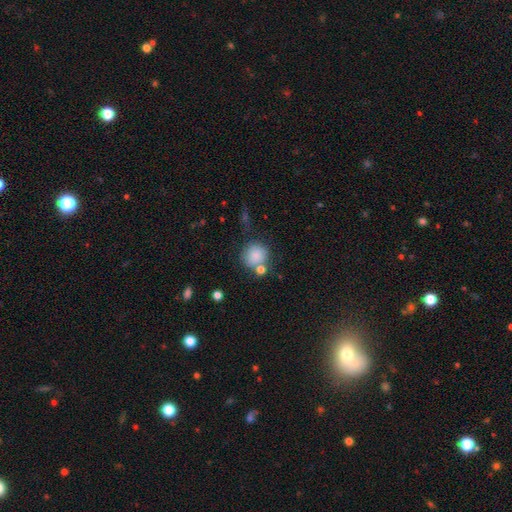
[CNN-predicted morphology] smooth-or-featured: smooth: 83% | star or artifact: 9% | featured or disk: 8%
  how-rounded: round: 86% | in between: 13% | cigar-shaped: 1%
  merging: none: 61% | merger: 18% | minor disturbance: 15% | major disturbance: 6%